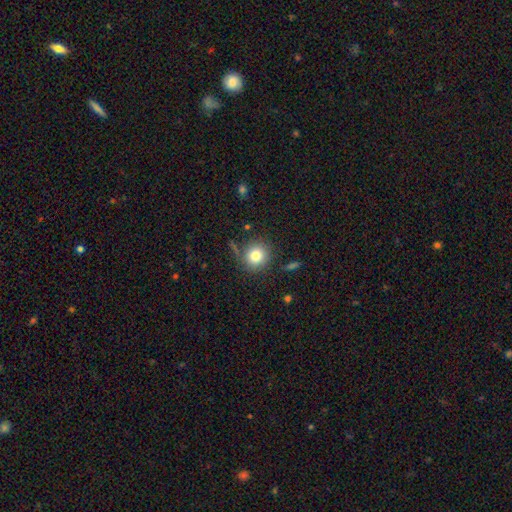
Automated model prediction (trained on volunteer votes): Smooth or featured? smooth (80%)
How rounded? round (90%)
Merging? none (81%)